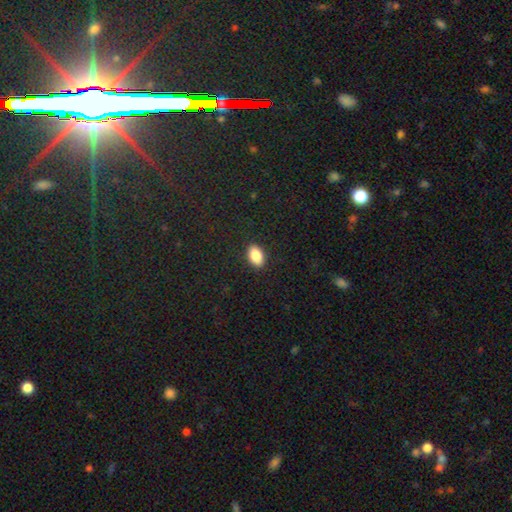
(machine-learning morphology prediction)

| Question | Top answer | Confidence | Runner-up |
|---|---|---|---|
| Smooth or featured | smooth | 87% | star or artifact (8%) |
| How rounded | in between | 91% | round (7%) |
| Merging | none | 89% | minor disturbance (8%) |